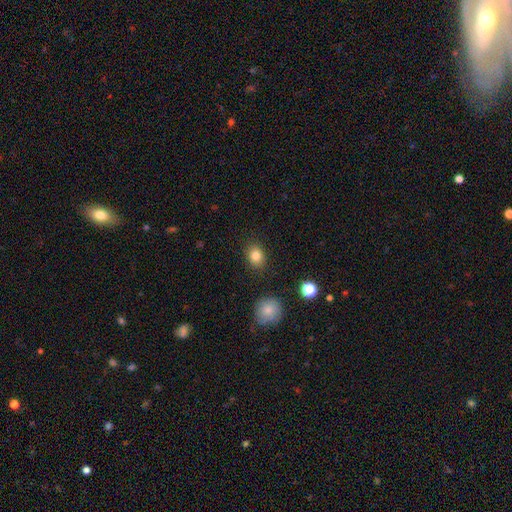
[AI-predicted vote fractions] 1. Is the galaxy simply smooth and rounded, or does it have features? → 83% smooth, 11% star or artifact, 6% featured or disk.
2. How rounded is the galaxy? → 58% round, 41% in between, 1% cigar-shaped.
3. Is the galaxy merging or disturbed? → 87% none, 9% minor disturbance, 3% major disturbance, 2% merger.